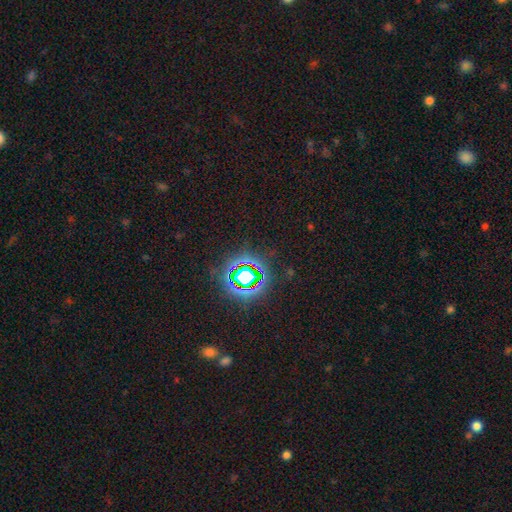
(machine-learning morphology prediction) smooth-or-featured: star or artifact: 82% | smooth: 12% | featured or disk: 6%